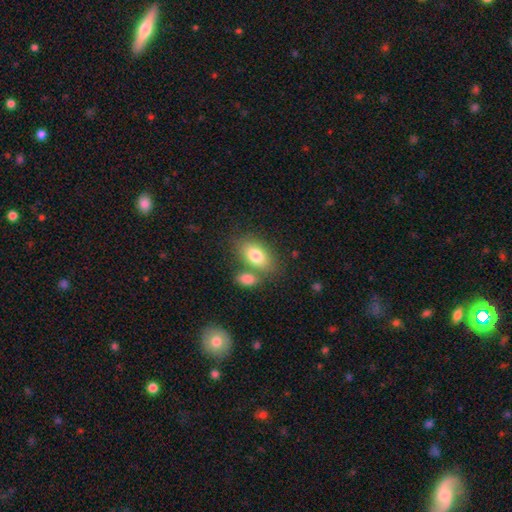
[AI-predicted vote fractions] Smooth or featured? Predicted: smooth (p=0.79). How rounded? Predicted: in between (p=0.90). Merging? Predicted: none (p=0.57).